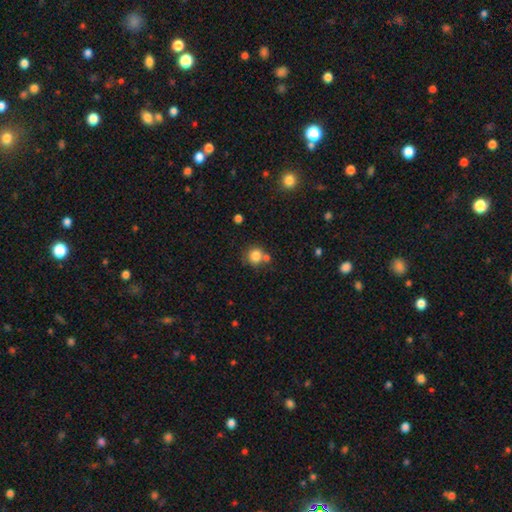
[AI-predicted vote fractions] This appears to be a smooth galaxy with no disk features (82%) that is round (88%). Merging: none (62%).